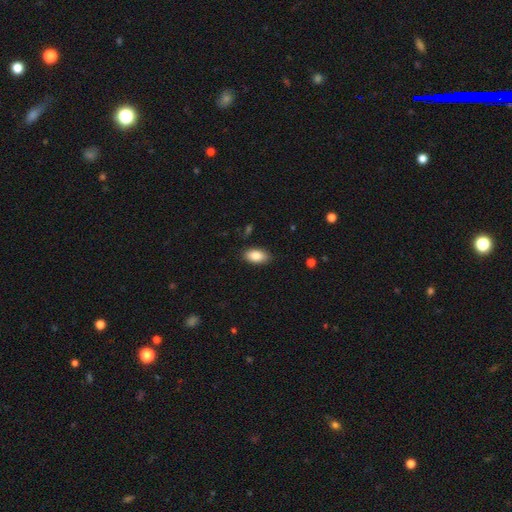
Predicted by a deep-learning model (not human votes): This is clearly a smooth galaxy (86%). How rounded: clearly in between (93%). Merging: clearly none (85%).